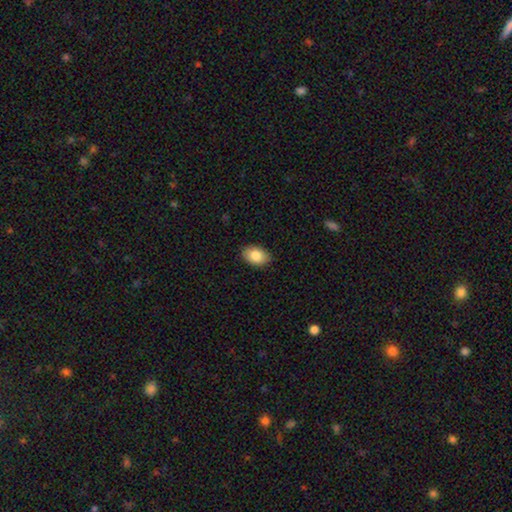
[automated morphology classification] type=smooth (84%); roundness=in between (86%); merging=none (88%).